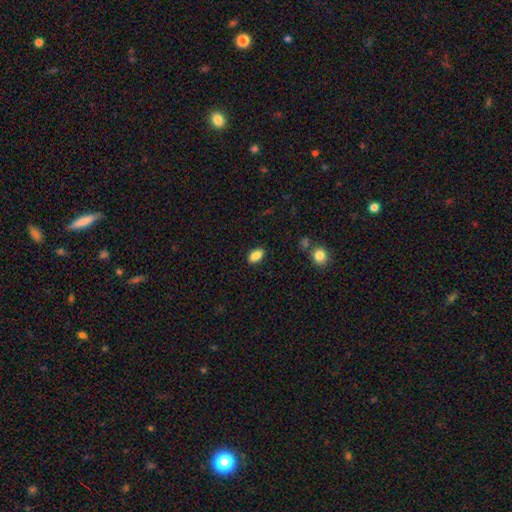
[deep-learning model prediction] smooth_or_featured: smooth (p=0.86) [alt: star or artifact p=0.08]
how_rounded: in between (p=0.90) [alt: round p=0.06]
merging: none (p=0.88) [alt: minor disturbance p=0.09]